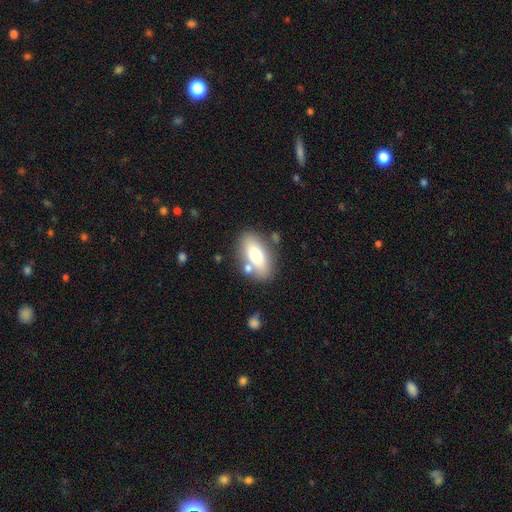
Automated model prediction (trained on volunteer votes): smooth-or-featured: smooth: 67% | featured or disk: 25% | star or artifact: 8%
  how-rounded: in between: 87% | cigar-shaped: 8% | round: 6%
  merging: none: 73% | minor disturbance: 13% | merger: 10% | major disturbance: 4%